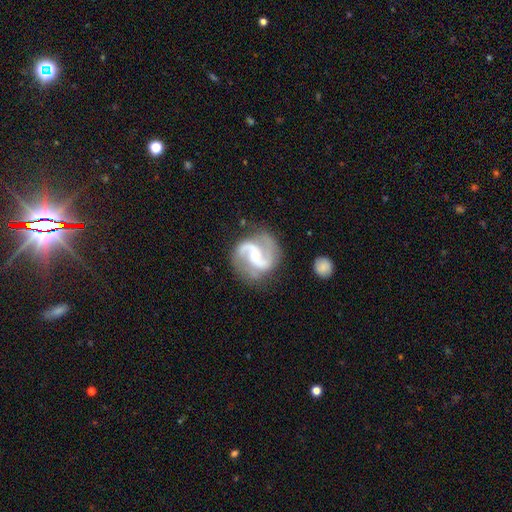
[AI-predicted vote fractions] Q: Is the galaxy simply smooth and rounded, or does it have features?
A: featured or disk — 91%.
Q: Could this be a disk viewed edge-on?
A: no — 98%.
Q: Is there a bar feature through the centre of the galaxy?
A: no — 44%.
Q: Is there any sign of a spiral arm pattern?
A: yes — 98%.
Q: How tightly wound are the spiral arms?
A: medium — 60%.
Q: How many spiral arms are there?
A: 2 — 92%.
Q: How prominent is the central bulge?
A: small — 58%.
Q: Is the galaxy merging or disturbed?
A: none — 77%.